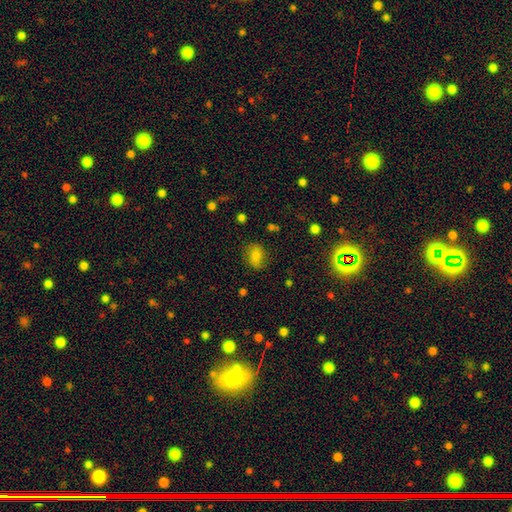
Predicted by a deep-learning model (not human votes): Smooth or featured?
  - smooth: 77% *
  - featured or disk: 11%
  - star or artifact: 11%
How rounded?
  - in between: 59% *
  - round: 39%
  - cigar-shaped: 2%
Merging?
  - none: 78% *
  - minor disturbance: 16%
  - major disturbance: 5%
  - merger: 1%